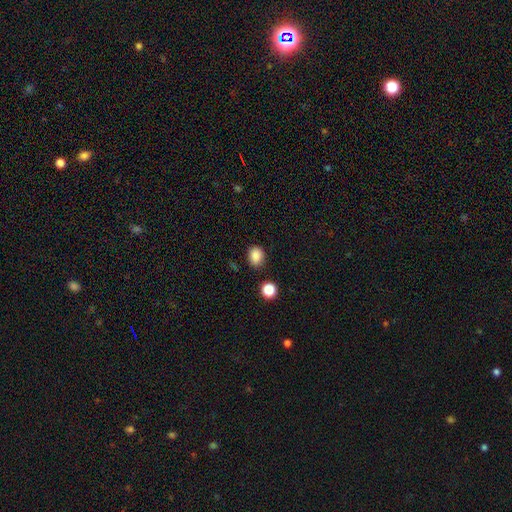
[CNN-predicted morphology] The model was most divided on "how rounded": in between: 51%, round: 48%, cigar-shaped: 1%. More confident: smooth or featured — smooth (86%); merging — none (81%).